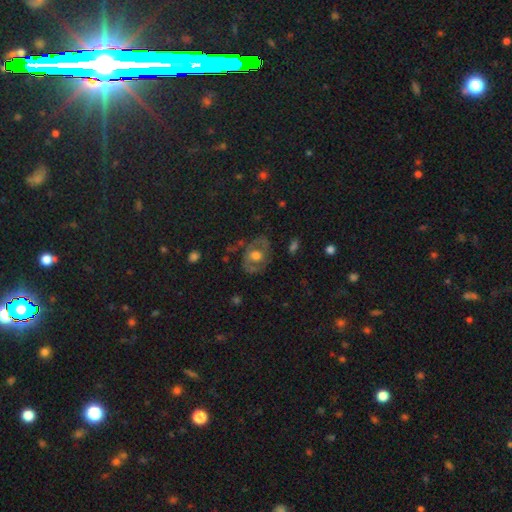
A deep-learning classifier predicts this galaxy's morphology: Overall: featured or disk (58%; smooth 34%). Edge-on disk: no (95%). Bar: no (74%). Spiral arms: no (60%; yes 40%). Bulge size: moderate (58%; large 31%). Merging: none (69%).